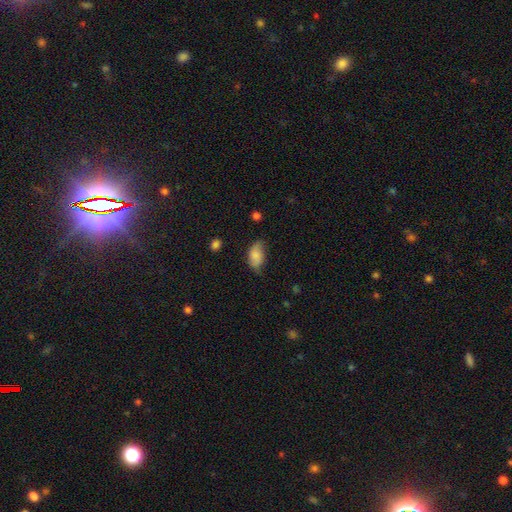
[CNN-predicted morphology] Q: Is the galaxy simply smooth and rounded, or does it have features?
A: smooth — 80%.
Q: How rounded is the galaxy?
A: in between — 91%.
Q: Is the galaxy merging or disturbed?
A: none — 55%.